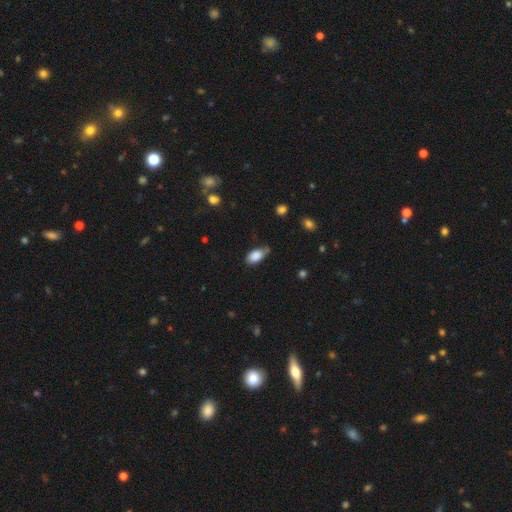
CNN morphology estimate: smooth_or_featured: smooth (p=0.86) [alt: star or artifact p=0.07]
how_rounded: in between (p=0.92) [alt: round p=0.05]
merging: none (p=0.55) [alt: minor disturbance p=0.33]